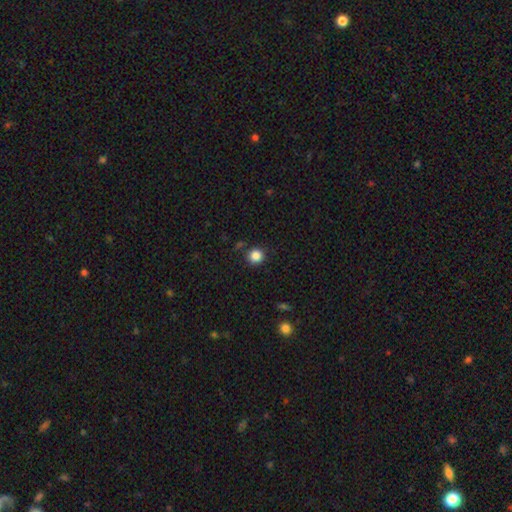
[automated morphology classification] smooth_or_featured: smooth (p=0.85) [alt: star or artifact p=0.11]
how_rounded: round (p=0.93) [alt: in between p=0.06]
merging: none (p=0.88) [alt: minor disturbance p=0.07]